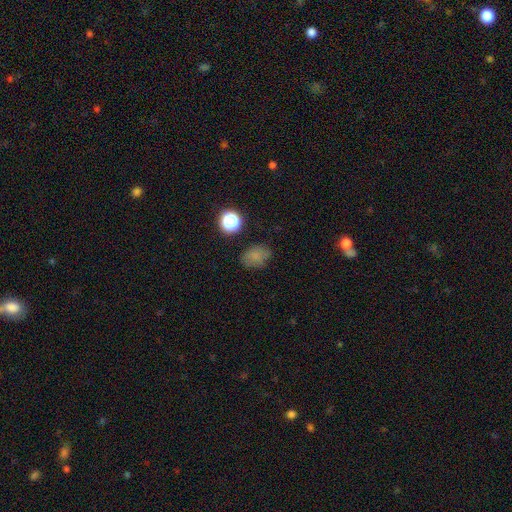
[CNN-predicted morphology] Smooth or featured? Predicted: smooth (p=0.75). How rounded? Predicted: in between (p=0.70). Merging? Predicted: none (p=0.74).